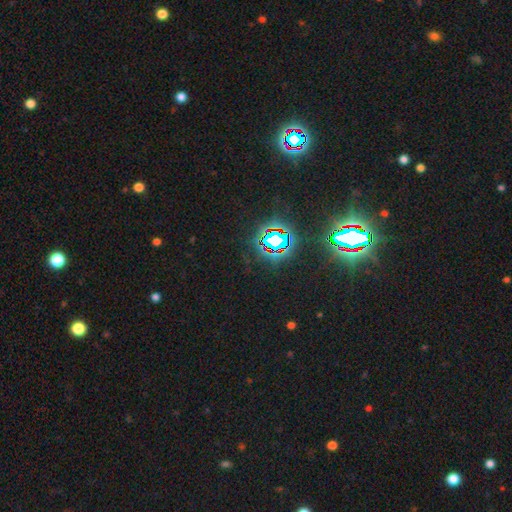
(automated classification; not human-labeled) Q: Smooth or featured?
A: star or artifact (83%); runner-up: smooth (10%)